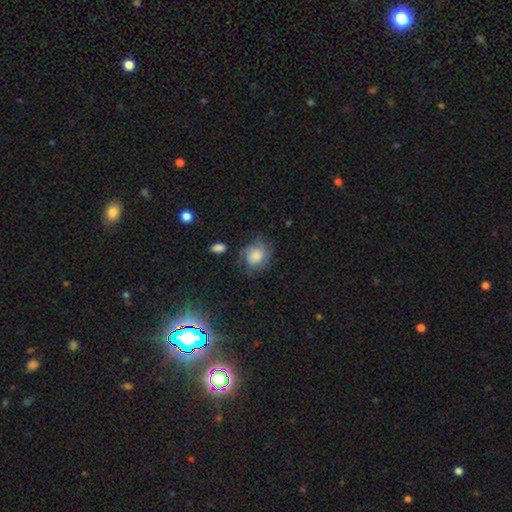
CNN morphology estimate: smooth 74%, featured or disk 17%, star or artifact 9%. Down the decision tree: how rounded — round (64%); merging — none (62%).